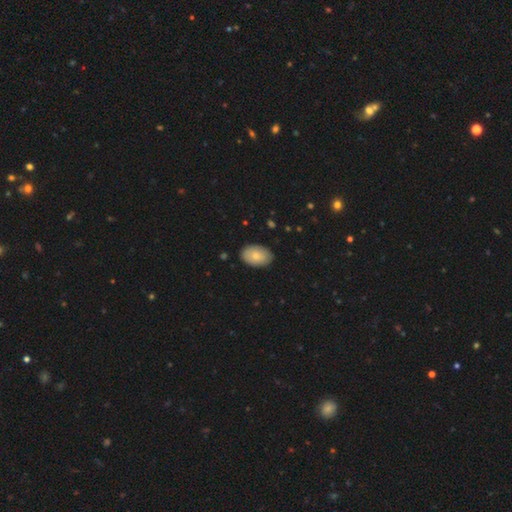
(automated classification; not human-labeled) Q: Smooth or featured?
A: smooth (79%); runner-up: featured or disk (15%)
Q: How rounded?
A: in between (91%); runner-up: round (8%)
Q: Merging?
A: none (87%); runner-up: minor disturbance (10%)